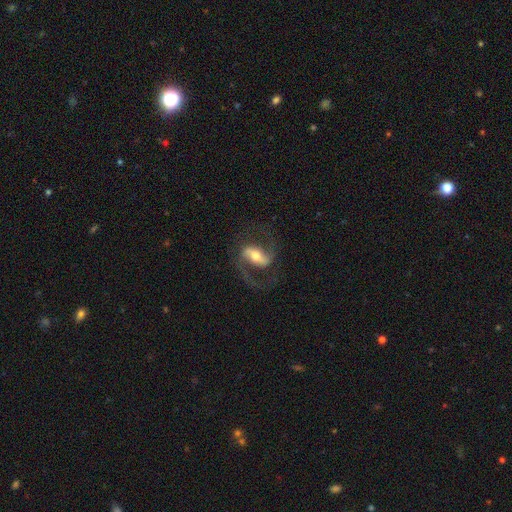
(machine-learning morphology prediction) This appears to be a featured or disk galaxy (84%) with a strong bar (54%), 2 (90%) medium (53%) spiral arms (95%) and a moderate central bulge (62%). Merging: none (73%).